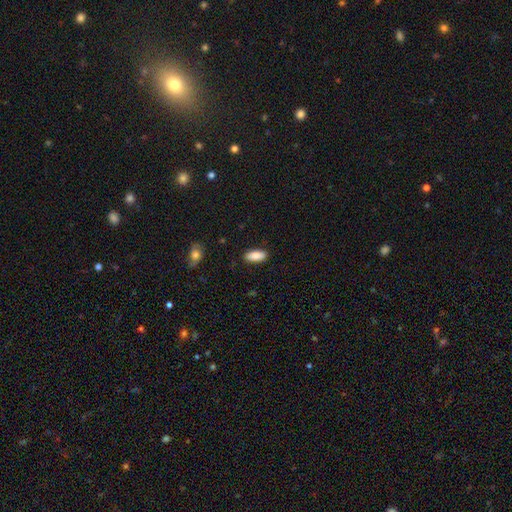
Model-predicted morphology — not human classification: Q: Smooth or featured?
A: smooth (86%); runner-up: featured or disk (8%)
Q: How rounded?
A: in between (82%); runner-up: cigar-shaped (16%)
Q: Merging?
A: none (88%); runner-up: minor disturbance (9%)